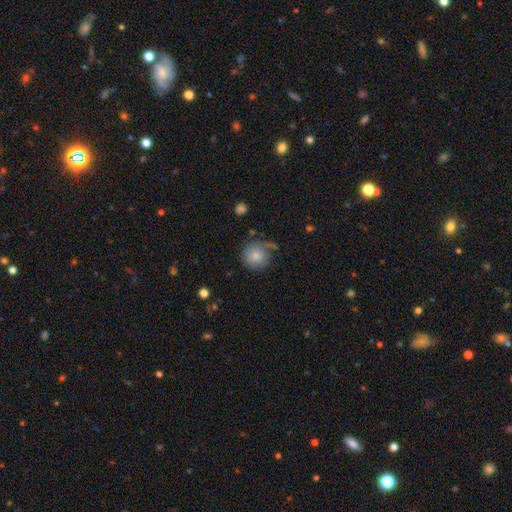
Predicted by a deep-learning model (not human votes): Overall: smooth (77%). How rounded: round (91%). Merging: none (57%; minor disturbance 24%).